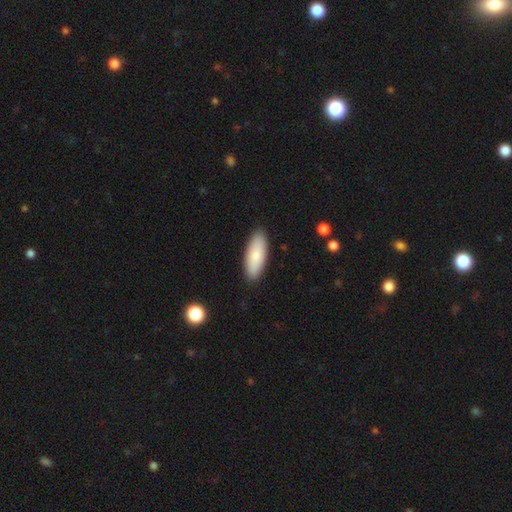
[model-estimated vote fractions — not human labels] smooth 83%, featured or disk 11%, star or artifact 6%. Down the decision tree: how rounded — in between (72%); merging — none (89%).